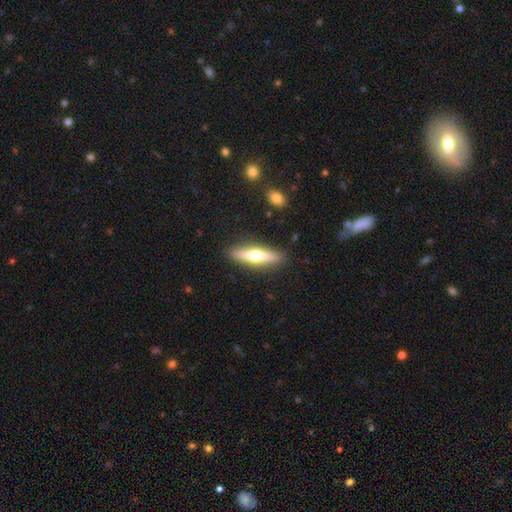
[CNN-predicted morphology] Overall: smooth (49%; featured or disk 45%). Merging: none (88%).